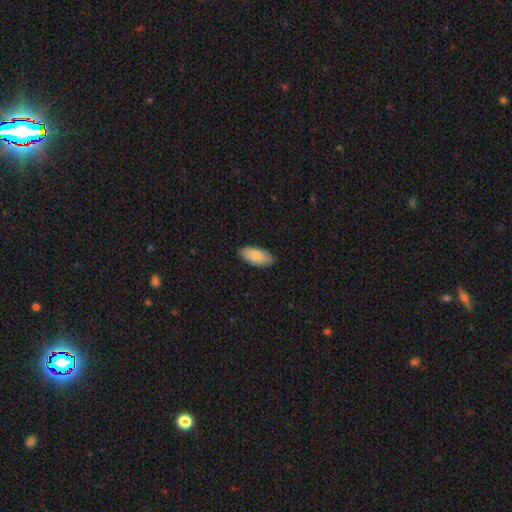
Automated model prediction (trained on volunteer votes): Smooth or featured: smooth — 85% (featured or disk — 9%)
How rounded: in between — 90% (cigar-shaped — 8%)
Merging: none — 87% (minor disturbance — 10%)